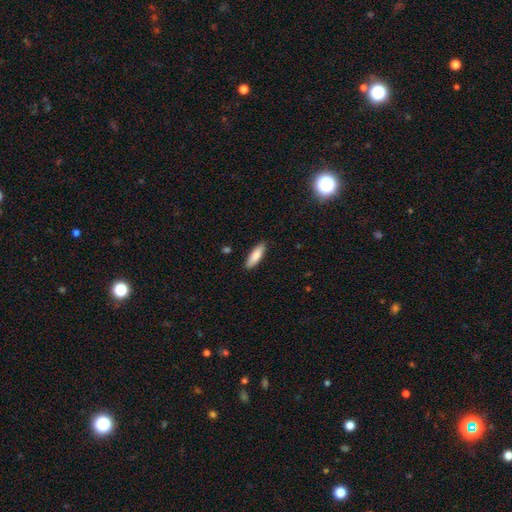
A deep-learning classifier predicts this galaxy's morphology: The model was most divided on "how rounded": cigar-shaped: 57%, in between: 42%, round: 2%. More confident: merging — none (88%); smooth or featured — smooth (84%).